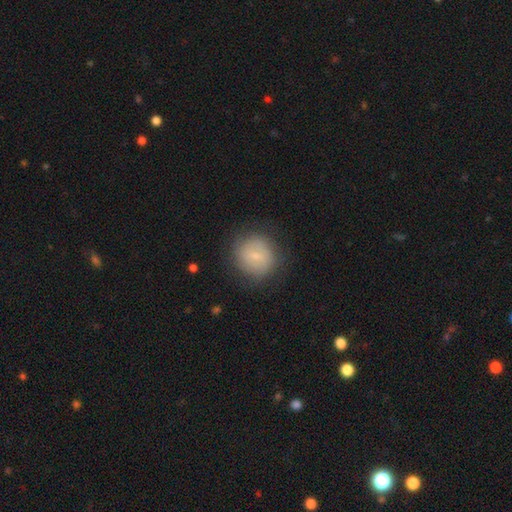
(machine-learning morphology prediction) smooth_or_featured: smooth (p=0.73) [alt: featured or disk p=0.19]
how_rounded: round (p=0.87) [alt: in between p=0.12]
merging: none (p=0.81) [alt: minor disturbance p=0.13]